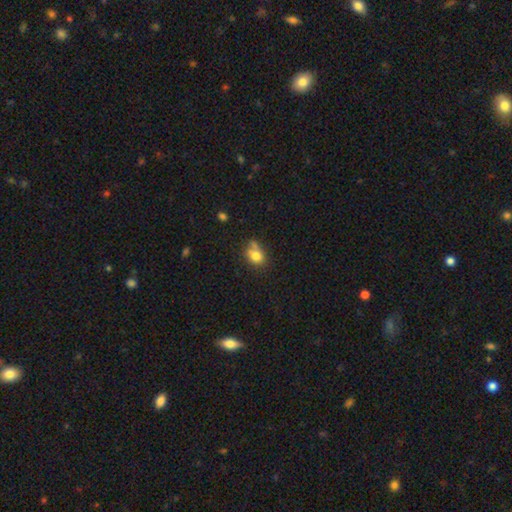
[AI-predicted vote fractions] Smooth or featured? Predicted: smooth (p=0.77). How rounded? Predicted: in between (p=0.62). Merging? Predicted: none (p=0.45).